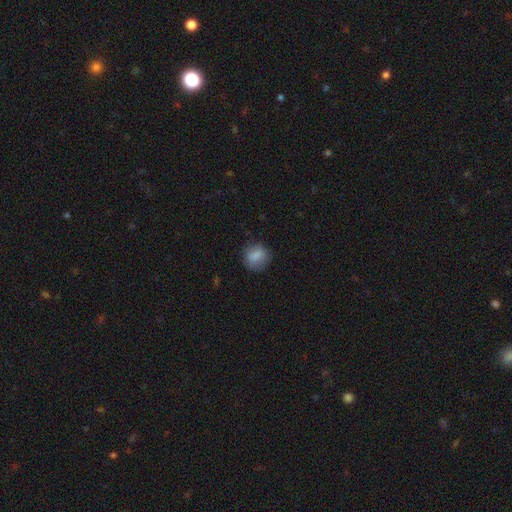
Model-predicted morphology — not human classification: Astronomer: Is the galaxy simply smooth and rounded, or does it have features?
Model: smooth — 83%.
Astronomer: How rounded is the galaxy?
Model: round — 72%.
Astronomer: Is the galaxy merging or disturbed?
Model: none — 78%.